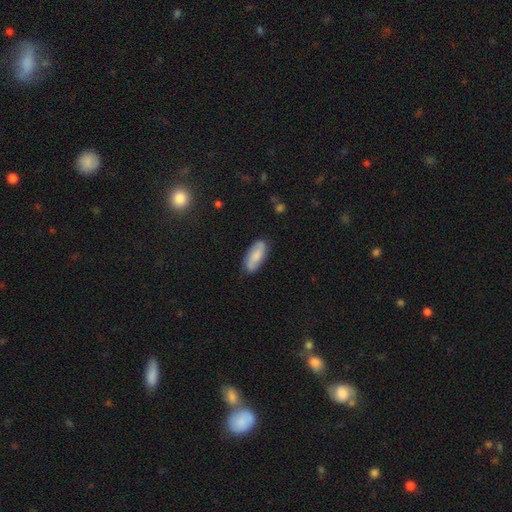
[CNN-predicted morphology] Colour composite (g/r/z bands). It shows a smooth galaxy with no disk features (62%) that is in between round and cigar-shaped (81%). Merging: none (80%).